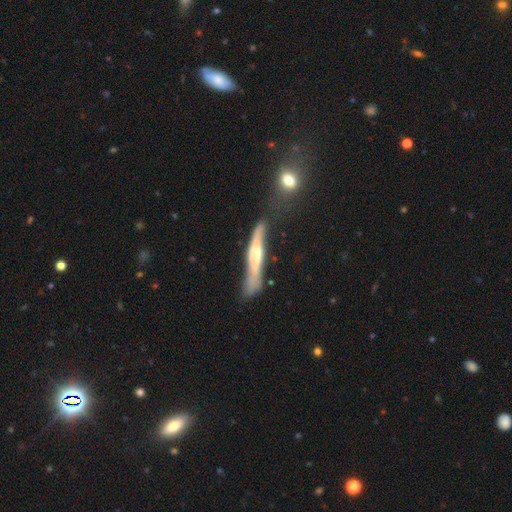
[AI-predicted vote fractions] featured or disk 57%, smooth 36%, star or artifact 7%. Down the decision tree: edge-on disk — yes (76%); merging — none (45%).